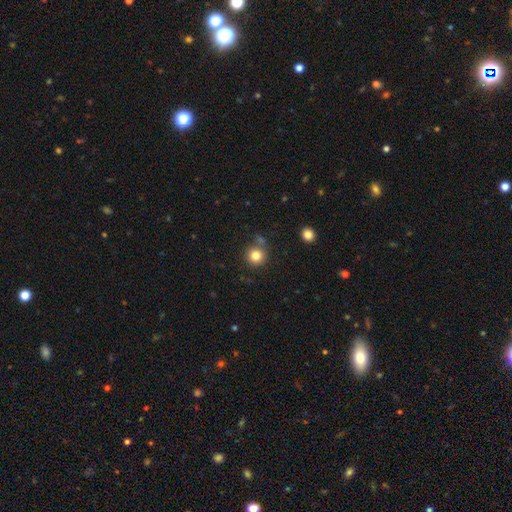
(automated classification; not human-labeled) Smooth or featured? smooth (81%)
How rounded? round (93%)
Merging? none (78%)